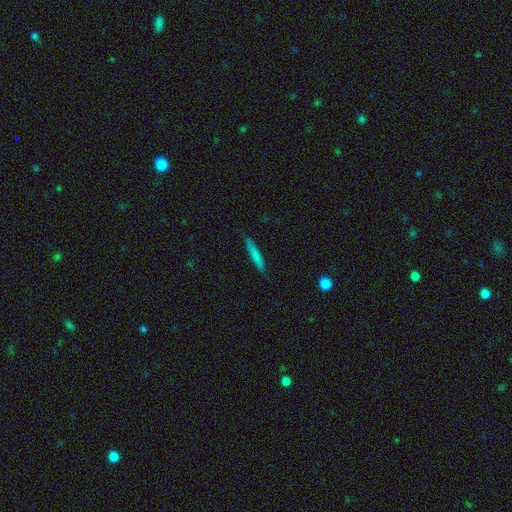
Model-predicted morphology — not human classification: Smooth or featured? smooth (72%)
How rounded? cigar-shaped (94%)
Merging? none (87%)